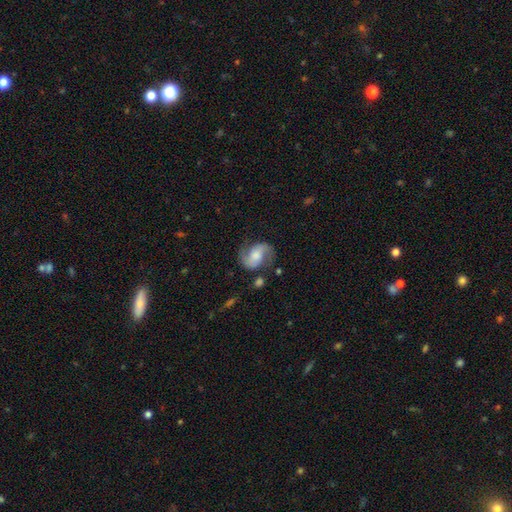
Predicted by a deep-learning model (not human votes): Overall: featured or disk (82%). Edge-on disk: no (98%). Bar: no (50%; weak 37%). Spiral arms: yes (96%). Spiral arm count: 2 (93%). Spiral winding: medium (50%; loose 35%). Bulge size: moderate (44%; small 24%). Merging: none (71%).